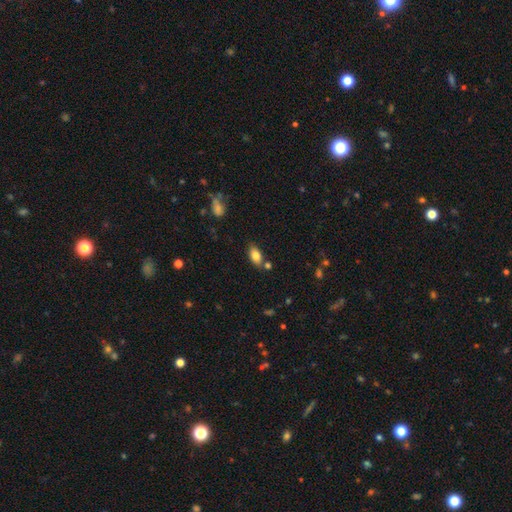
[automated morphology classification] Smooth or featured?
  - smooth: 81% *
  - featured or disk: 10%
  - star or artifact: 8%
How rounded?
  - in between: 91% *
  - round: 6%
  - cigar-shaped: 3%
Merging?
  - none: 73% *
  - minor disturbance: 14%
  - merger: 10%
  - major disturbance: 3%